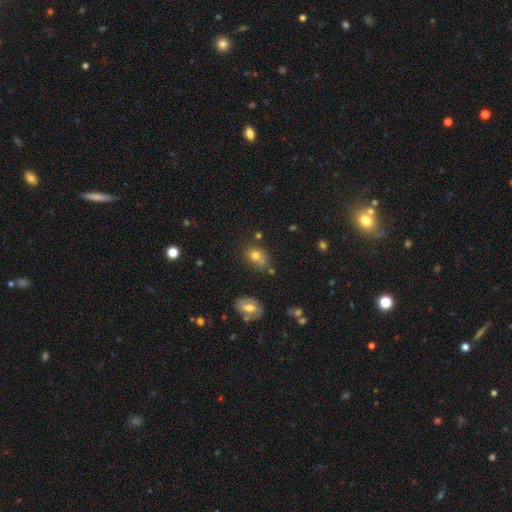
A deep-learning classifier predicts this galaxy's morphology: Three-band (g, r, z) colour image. It shows a smooth galaxy with no disk features (74%) that is round (55%). Merging: none (53%).